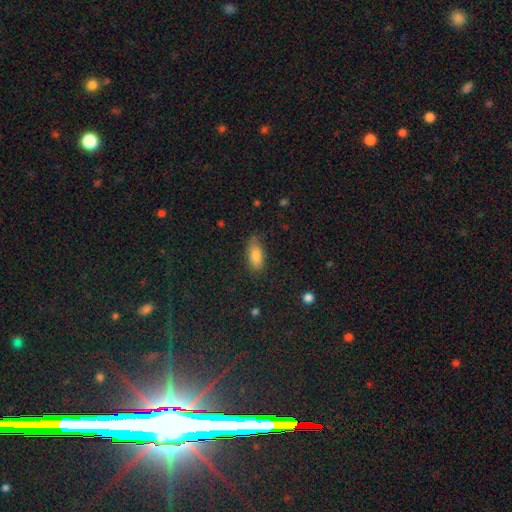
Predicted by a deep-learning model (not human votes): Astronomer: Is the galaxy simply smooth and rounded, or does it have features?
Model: smooth — 77%.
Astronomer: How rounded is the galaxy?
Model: in between — 82%.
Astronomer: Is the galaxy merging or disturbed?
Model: none — 73%.